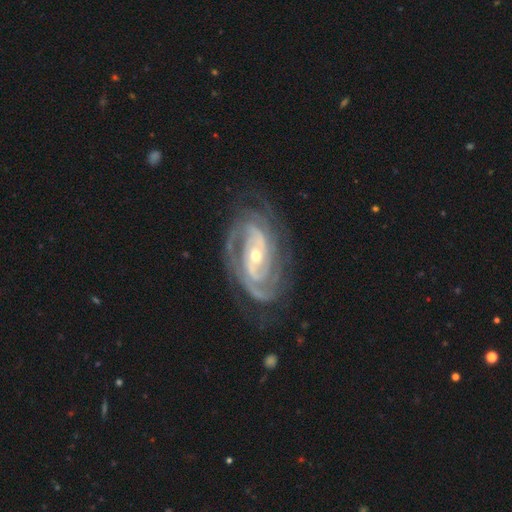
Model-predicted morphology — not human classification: A featured or disk galaxy (92%) with no bar (40%), 2 (42%) tight (65%) spiral arms (98%) and a small central bulge (55%).

Vote fractions:
- Smooth or featured? featured or disk: 92% / star or artifact: 5% / smooth: 4%
- Edge-on disk? no: 96% / yes: 4%
- Bar? no: 40% / weak: 33% / strong: 27%
- Spiral arms? yes: 98% / no: 2%
- Spiral winding? tight: 65% / medium: 30% / loose: 5%
- Spiral arm count? 2: 42% / 3: 23% / can't tell: 15% / 4: 9% / more than 4: 5% / 1: 5%
- Bulge size? small: 55% / moderate: 42% / large: 2% / none: 1% / dominant: 1%
- Merging? none: 73% / minor disturbance: 17% / major disturbance: 9% / merger: 1%